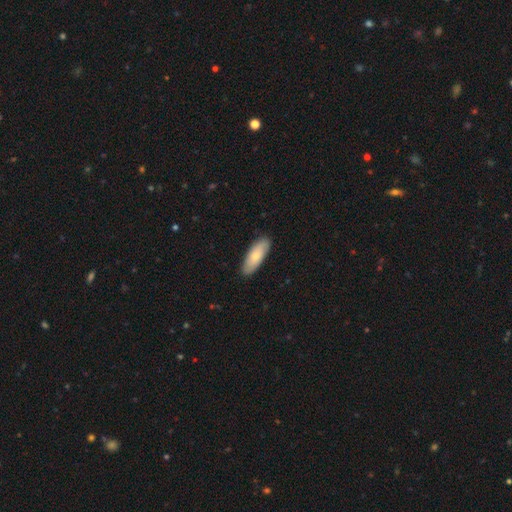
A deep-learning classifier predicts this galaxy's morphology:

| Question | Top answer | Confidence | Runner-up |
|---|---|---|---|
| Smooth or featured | smooth | 77% | featured or disk (18%) |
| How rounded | in between | 70% | cigar-shaped (28%) |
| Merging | none | 88% | minor disturbance (9%) |